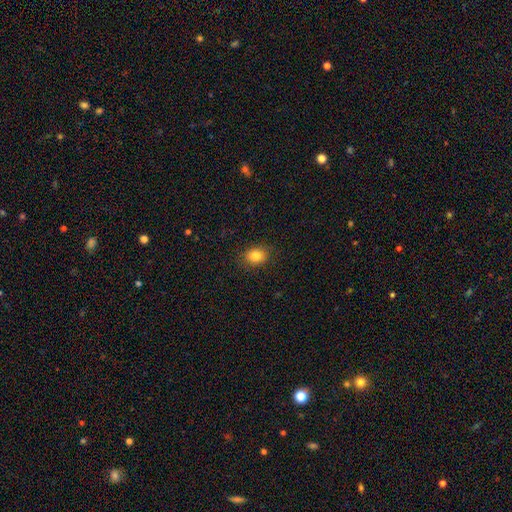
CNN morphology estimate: This is clearly a smooth galaxy (83%). How rounded: possibly in between (58%). Merging: clearly none (86%).